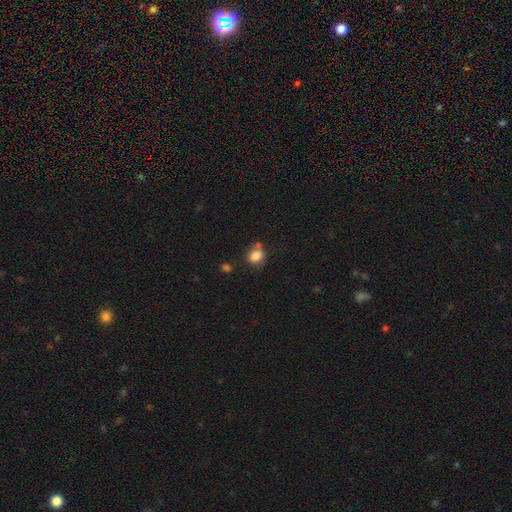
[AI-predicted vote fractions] smooth 83%, star or artifact 10%, featured or disk 7%. Down the decision tree: how rounded — round (60%); merging — none (53%).